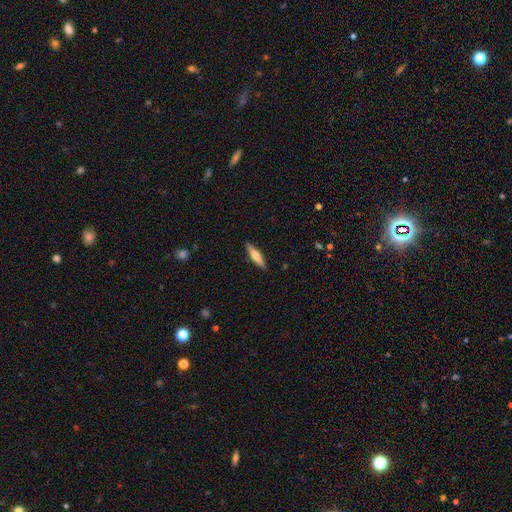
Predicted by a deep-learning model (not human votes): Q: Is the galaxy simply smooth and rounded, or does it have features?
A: smooth — 60%.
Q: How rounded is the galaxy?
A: cigar-shaped — 79%.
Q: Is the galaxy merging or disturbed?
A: none — 90%.